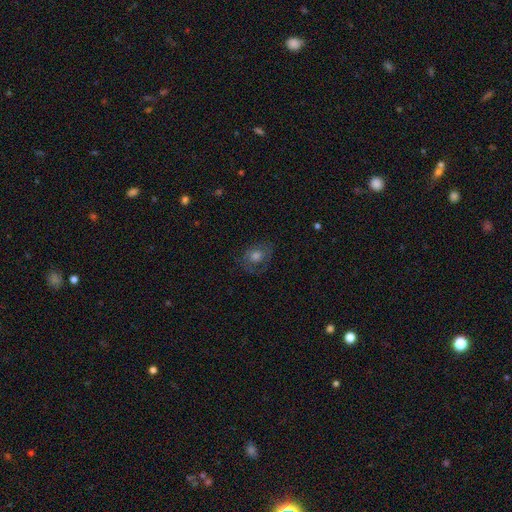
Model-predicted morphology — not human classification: smooth_or_featured: smooth (p=0.44) [alt: featured or disk p=0.41]
merging: none (p=0.71) [alt: minor disturbance p=0.17]